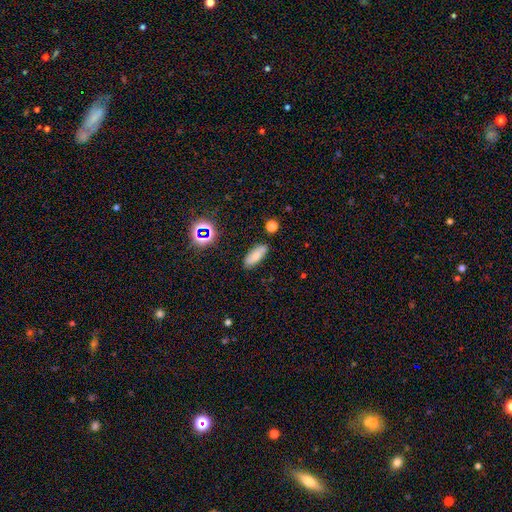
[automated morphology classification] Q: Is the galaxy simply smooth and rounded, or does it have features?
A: smooth — 71%.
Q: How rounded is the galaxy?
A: in between — 72%.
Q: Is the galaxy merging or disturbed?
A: none — 80%.